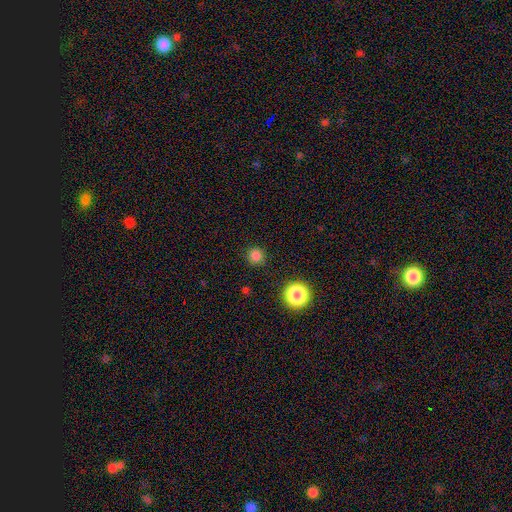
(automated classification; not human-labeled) smooth-or-featured: smooth: 80% | star or artifact: 16% | featured or disk: 4%
  how-rounded: round: 94% | in between: 5% | cigar-shaped: 1%
  merging: none: 89% | minor disturbance: 7% | major disturbance: 3% | merger: 2%